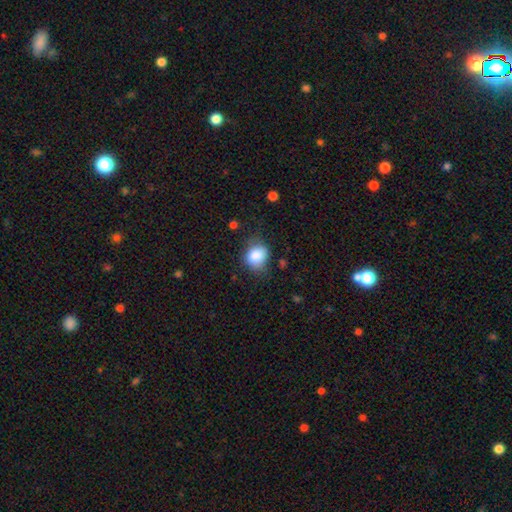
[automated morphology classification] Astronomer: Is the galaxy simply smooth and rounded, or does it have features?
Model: smooth — 84%.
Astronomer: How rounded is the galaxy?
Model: round — 60% (runner-up: in between, 39%).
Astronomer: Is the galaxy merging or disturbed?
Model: none — 63%.